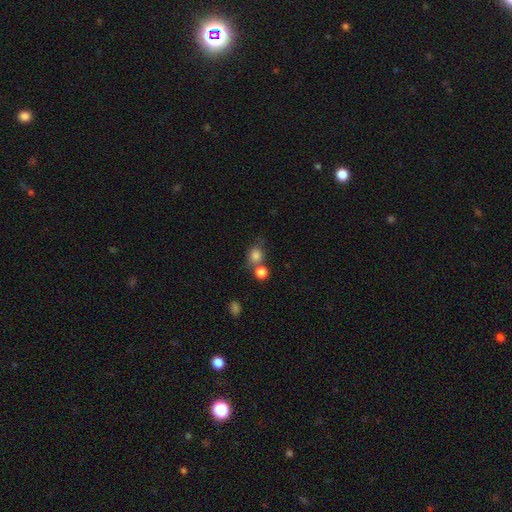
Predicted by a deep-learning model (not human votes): A smooth galaxy with no disk features (82%) that is round (70%). Merging: none (50%).